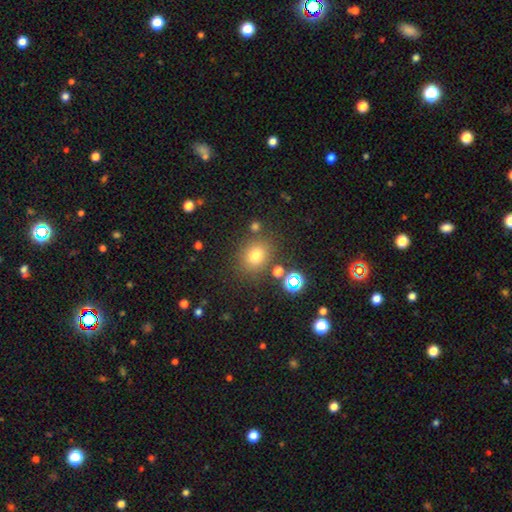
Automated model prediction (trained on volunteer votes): This is likely a smooth galaxy (72%). How rounded: likely round (70%). Merging: likely none (78%).